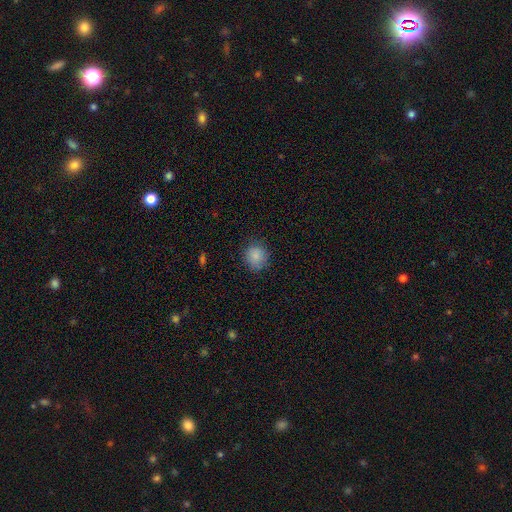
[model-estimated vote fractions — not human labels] Smooth or featured? smooth (86%)
How rounded? round (85%)
Merging? none (81%)